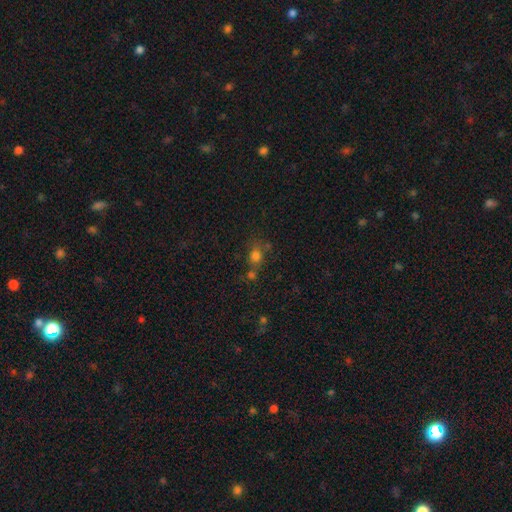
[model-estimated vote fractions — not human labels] Q: Smooth or featured?
A: smooth (71%); runner-up: star or artifact (19%)
Q: How rounded?
A: round (65%); runner-up: in between (33%)
Q: Merging?
A: none (50%); runner-up: merger (28%)